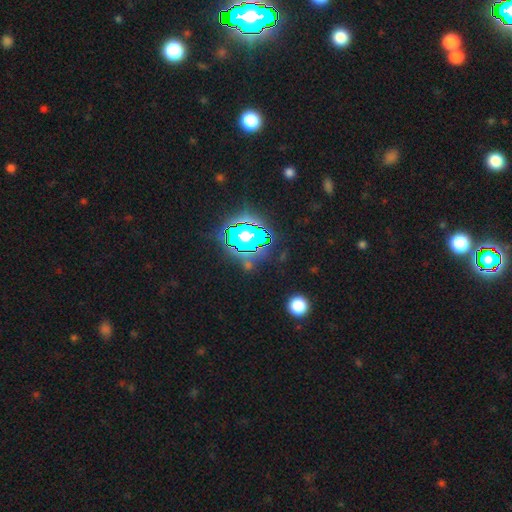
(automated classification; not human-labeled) Q: Smooth or featured?
A: star or artifact (80%); runner-up: smooth (13%)